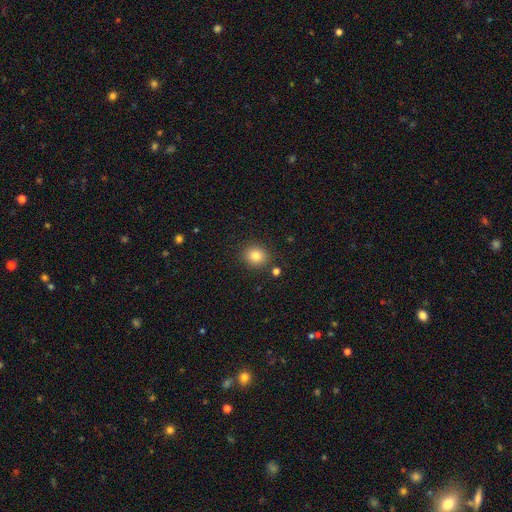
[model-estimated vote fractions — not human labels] The model was most divided on "how rounded": round: 79%, in between: 20%, cigar-shaped: 1%. More confident: merging — none (85%); smooth or featured — smooth (82%).